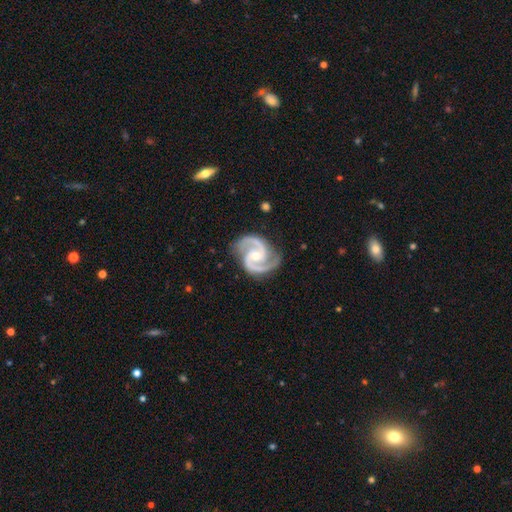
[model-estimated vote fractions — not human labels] featured or disk 94%, star or artifact 4%, smooth 2%. Down the decision tree: edge-on disk — no (98%); bar — no (54%); spiral arms — yes (99%); spiral arm count — 2 (93%); spiral winding — medium (65%); bulge size — moderate (51%); merging — none (83%).